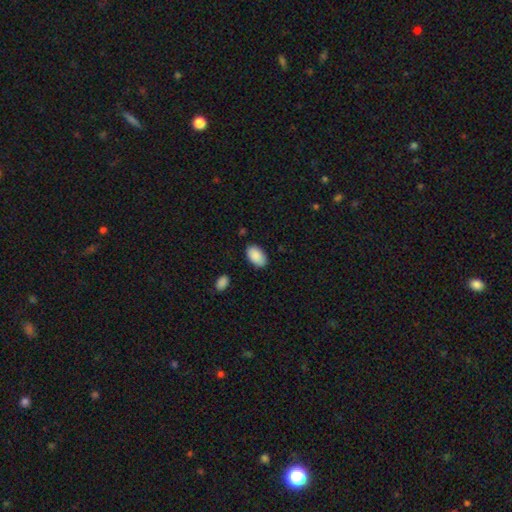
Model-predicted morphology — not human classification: Smooth or featured? Predicted: smooth (p=0.90). How rounded? Predicted: in between (p=0.94). Merging? Predicted: none (p=0.85).